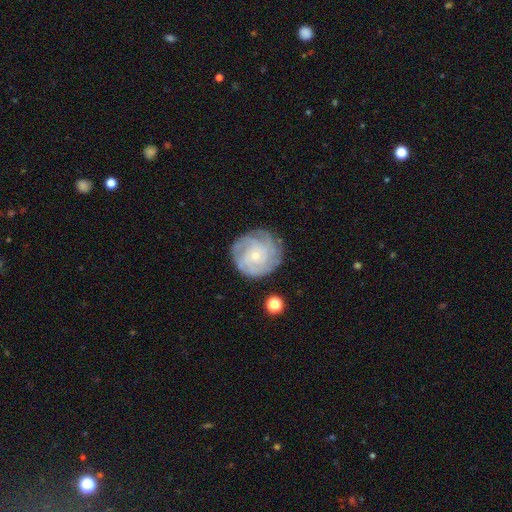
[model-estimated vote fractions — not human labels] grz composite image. It shows a featured or disk galaxy (76%) with no bar (79%), tight (68%) spiral arms (92%) and a small central bulge (74%). Merging: none (78%).